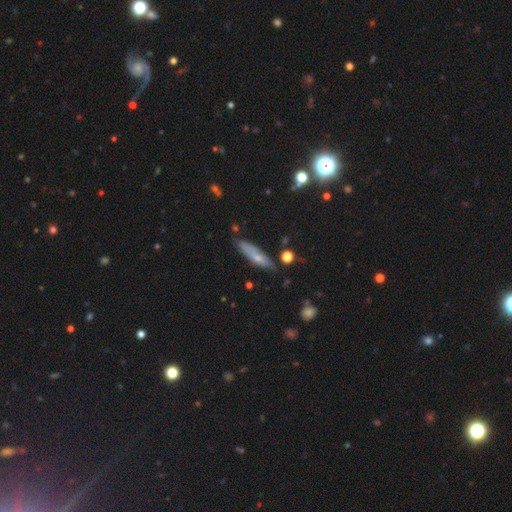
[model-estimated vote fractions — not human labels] A smooth galaxy with no disk features (61%) that is cigar-shaped (74%). Merging: none (71%).